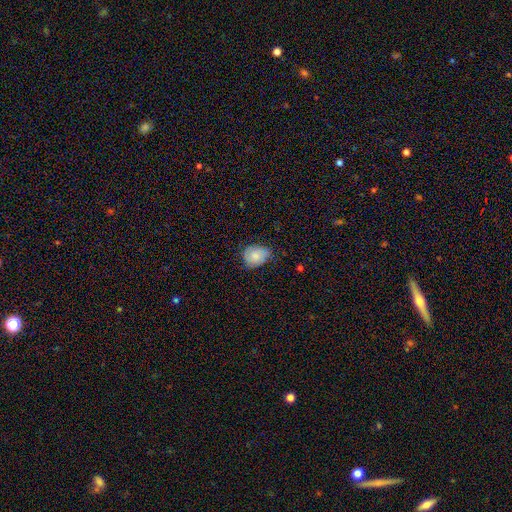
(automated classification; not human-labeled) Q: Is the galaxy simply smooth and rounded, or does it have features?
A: smooth — 59%.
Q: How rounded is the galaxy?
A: in between — 59%.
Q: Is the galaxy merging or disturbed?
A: none — 61%.